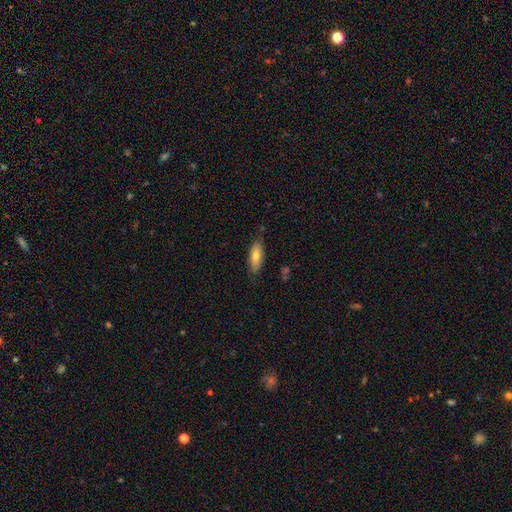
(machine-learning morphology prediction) This appears to be a smooth galaxy with no disk features (71%) that is in between round and cigar-shaped (70%). Merging: none (79%).